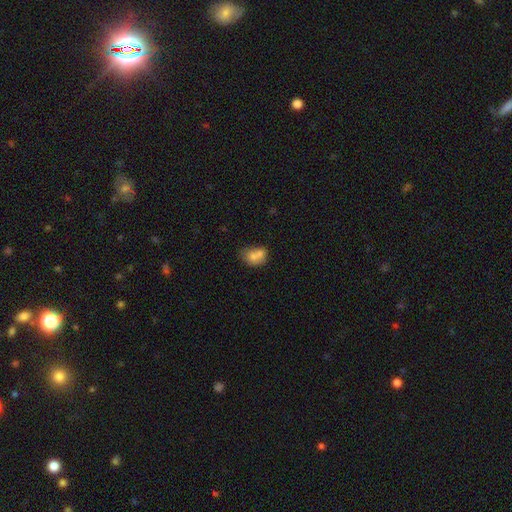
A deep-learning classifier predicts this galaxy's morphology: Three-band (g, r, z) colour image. It shows a smooth galaxy with no disk features (70%) that is in between round and cigar-shaped (54%). Merging: merger (58%).